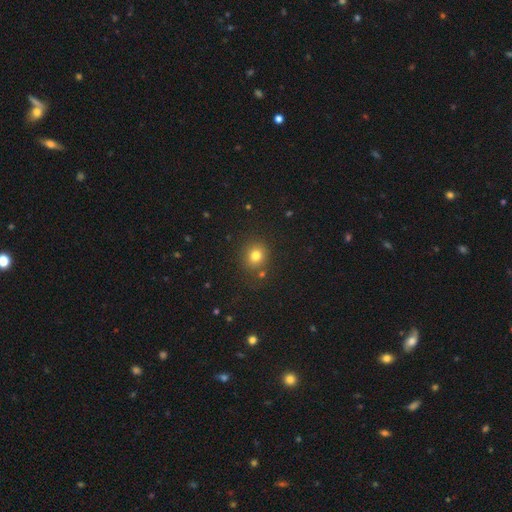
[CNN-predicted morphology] smooth-or-featured: smooth: 79% | star or artifact: 14% | featured or disk: 7%
  how-rounded: round: 82% | in between: 17% | cigar-shaped: 1%
  merging: none: 80% | minor disturbance: 10% | merger: 6% | major disturbance: 4%